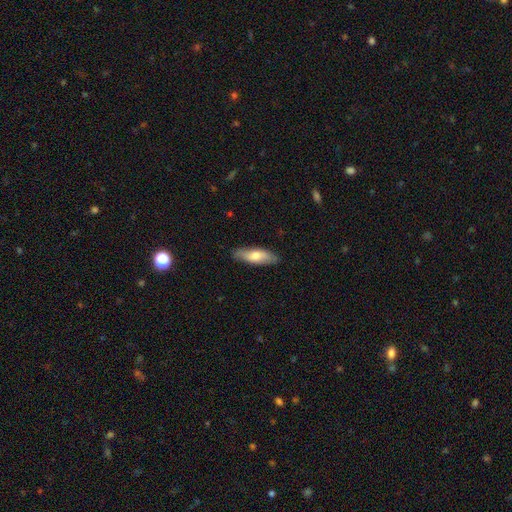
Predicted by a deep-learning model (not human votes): smooth-or-featured: smooth: 65% | featured or disk: 29% | star or artifact: 6%
  how-rounded: in between: 49% (tied) | cigar-shaped: 49% (tied) | round: 2%
  merging: none: 86% | minor disturbance: 11% | major disturbance: 2% | merger: 1%